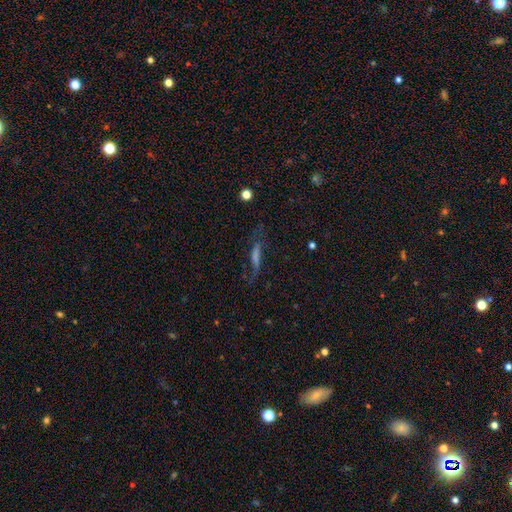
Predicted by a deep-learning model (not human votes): featured or disk 54%, smooth 30%, star or artifact 17%. Down the decision tree: edge-on disk — no (54%); merging — none (59%).